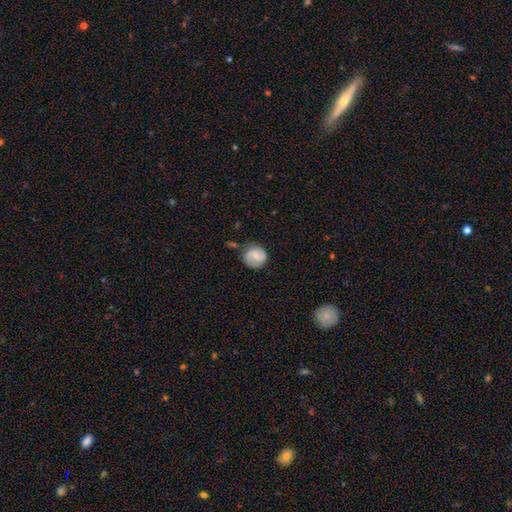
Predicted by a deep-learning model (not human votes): Overall: featured or disk (68%). Edge-on disk: no (98%). Bar: weak (49%; no 36%). Spiral arms: yes (94%). Spiral arm count: 2 (87%). Spiral winding: medium (48%; tight 31%). Bulge size: small (41%; none 29%). Merging: none (78%).